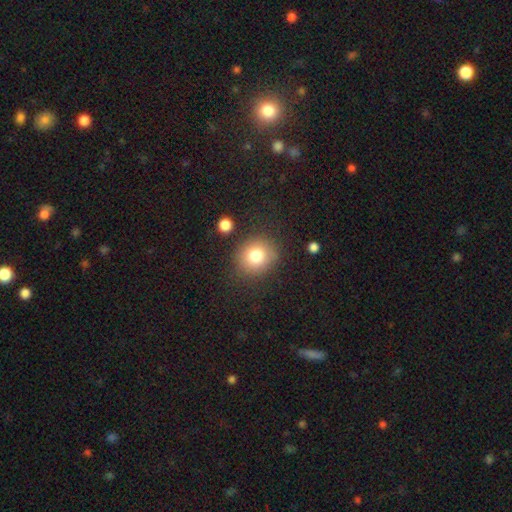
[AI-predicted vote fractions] This appears to be a smooth galaxy with no disk features (79%) that is round (83%). Merging: none (83%).